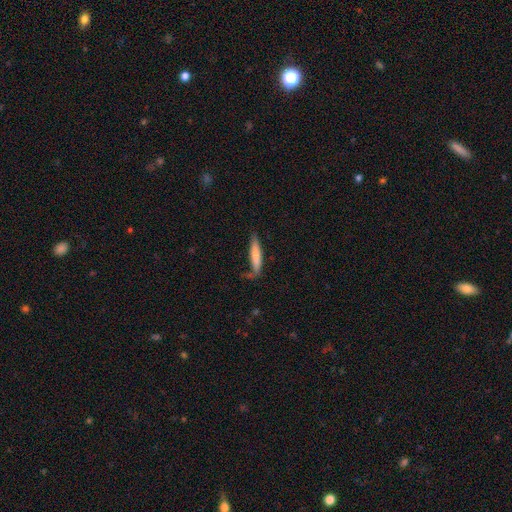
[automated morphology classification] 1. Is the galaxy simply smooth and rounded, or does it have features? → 70% smooth, 24% featured or disk, 6% star or artifact.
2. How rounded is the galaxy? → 85% cigar-shaped, 13% in between, 2% round.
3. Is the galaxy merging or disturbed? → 59% none, 25% minor disturbance, 12% major disturbance, 5% merger.